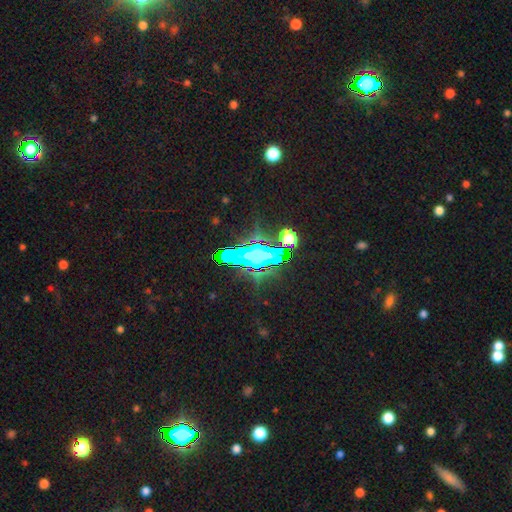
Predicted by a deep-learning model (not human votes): star or artifact 61%, smooth 20%, featured or disk 19%.